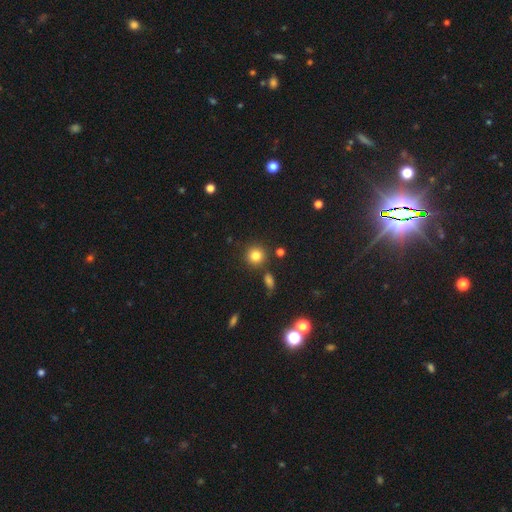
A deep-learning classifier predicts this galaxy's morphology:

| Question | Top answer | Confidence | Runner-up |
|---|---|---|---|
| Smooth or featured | smooth | 81% | star or artifact (13%) |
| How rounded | round | 92% | in between (7%) |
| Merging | none | 83% | minor disturbance (8%) |